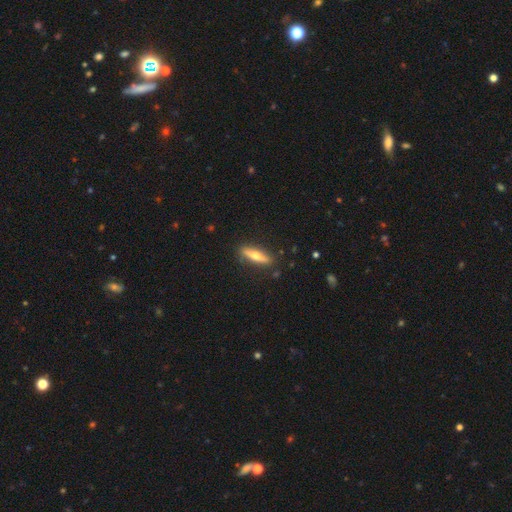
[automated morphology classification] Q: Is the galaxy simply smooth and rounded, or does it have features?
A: featured or disk — 50%.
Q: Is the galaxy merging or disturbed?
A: none — 87%.